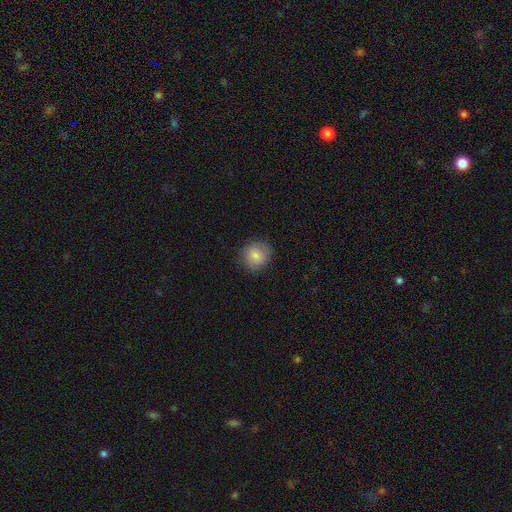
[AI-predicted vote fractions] Smooth or featured?
  - smooth: 80% *
  - featured or disk: 12%
  - star or artifact: 8%
How rounded?
  - round: 83% *
  - in between: 16%
  - cigar-shaped: 1%
Merging?
  - none: 80% *
  - minor disturbance: 15%
  - major disturbance: 4%
  - merger: 1%